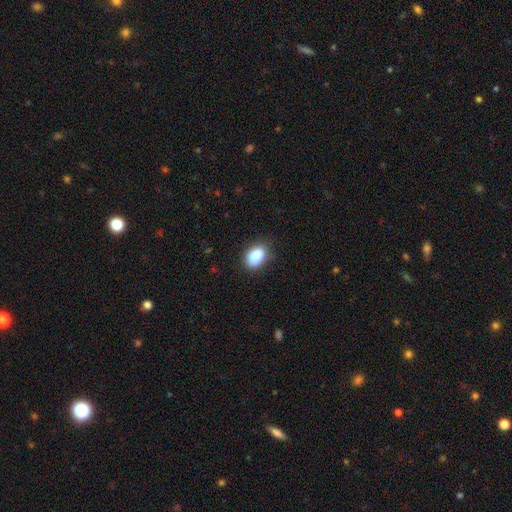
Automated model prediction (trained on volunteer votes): This is clearly a smooth galaxy (87%). How rounded: clearly in between (87%). Merging: likely none (78%).